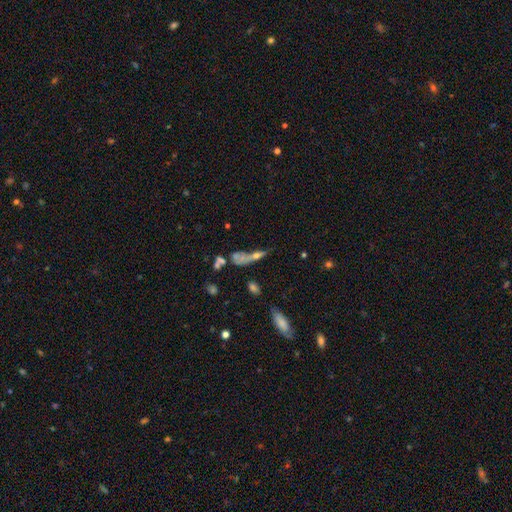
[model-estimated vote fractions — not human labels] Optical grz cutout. It shows a smooth galaxy with no disk features (49%). Merging: merger (33%).